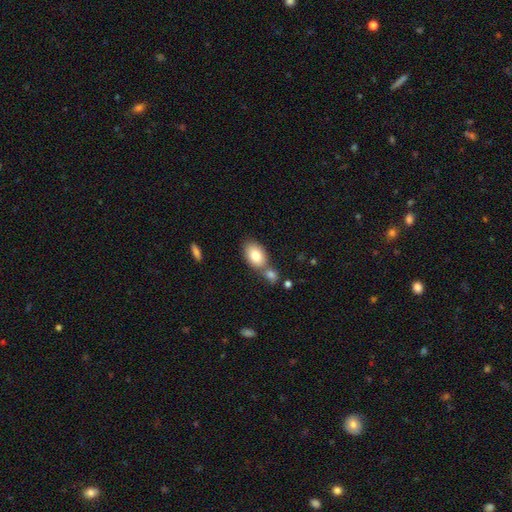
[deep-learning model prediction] Smooth or featured? Predicted: smooth (p=0.81). How rounded? Predicted: in between (p=0.88). Merging? Predicted: none (p=0.51).